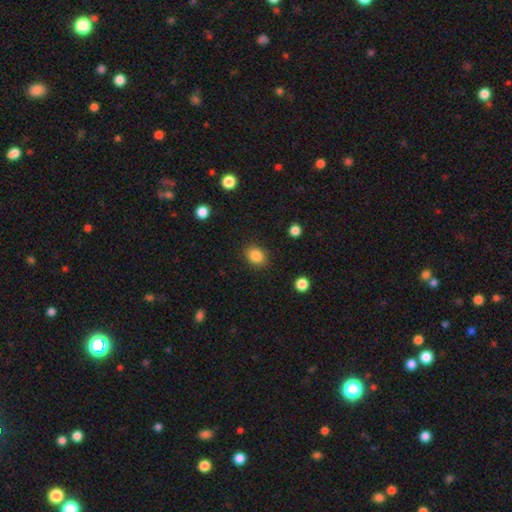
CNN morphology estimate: Overall: smooth (86%). How rounded: in between (51%; round 48%). Merging: none (88%).